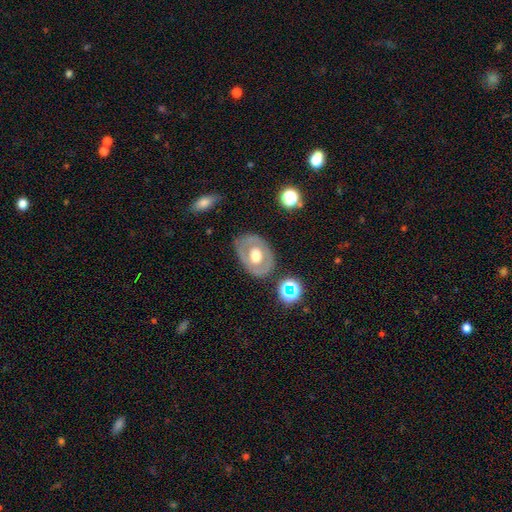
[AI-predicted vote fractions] Morphology: type=featured or disk (54%); edge-on=no (92%); merging=none (80%).